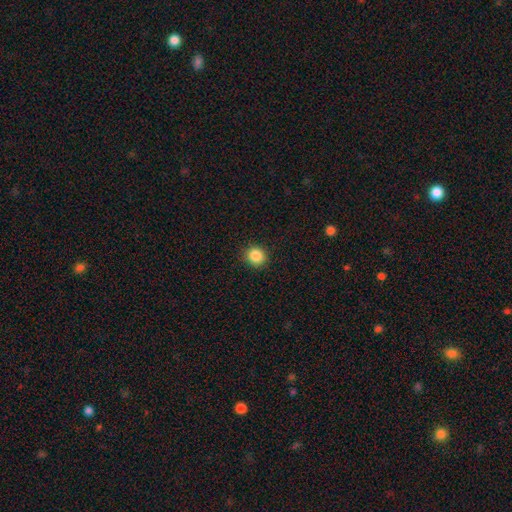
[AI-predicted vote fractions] Q: Smooth or featured?
A: smooth (86%); runner-up: star or artifact (10%)
Q: How rounded?
A: round (86%); runner-up: in between (13%)
Q: Merging?
A: none (91%); runner-up: minor disturbance (6%)